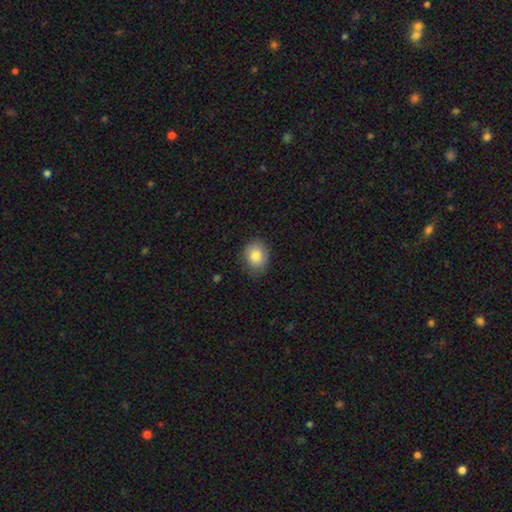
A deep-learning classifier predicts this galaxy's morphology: This appears to be a smooth galaxy with no disk features (83%) that is round (51%). Merging: none (80%).